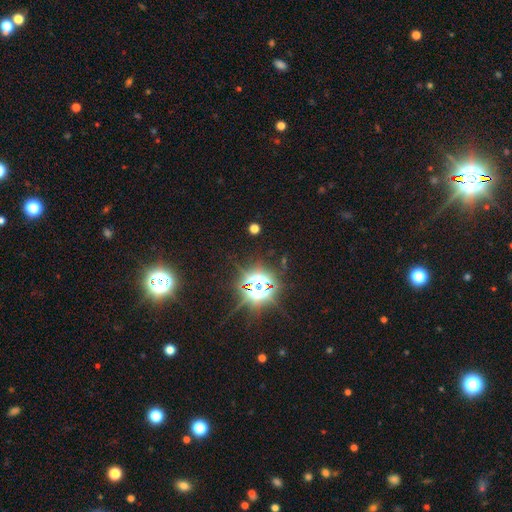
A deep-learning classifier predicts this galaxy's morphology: Smooth or featured? star or artifact (81%)